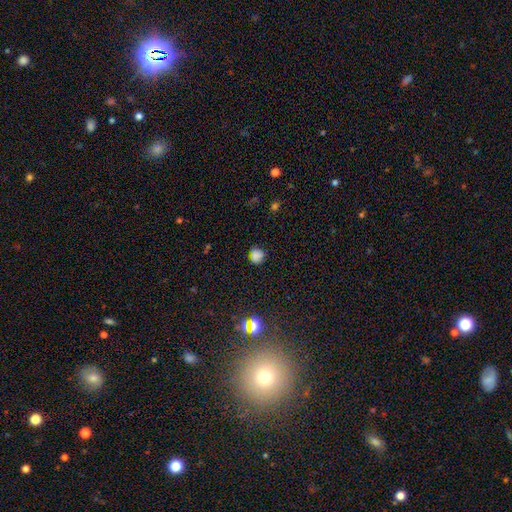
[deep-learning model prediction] smooth_or_featured: smooth (p=0.77) [alt: star or artifact p=0.17]
how_rounded: round (p=0.76) [alt: in between p=0.23]
merging: none (p=0.74) [alt: minor disturbance p=0.19]